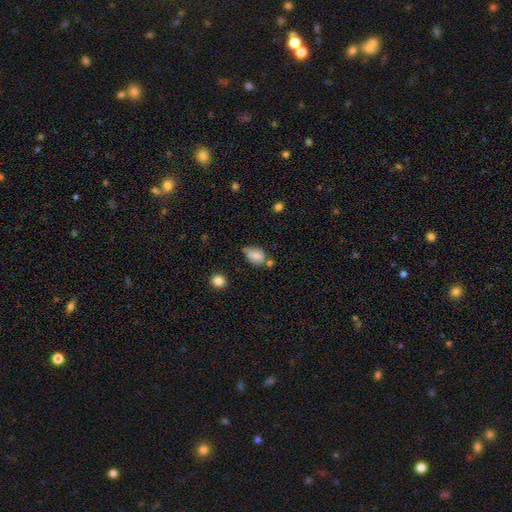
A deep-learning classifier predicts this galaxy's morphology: Smooth or featured? smooth (67%)
How rounded? in between (72%)
Merging? none (42%)